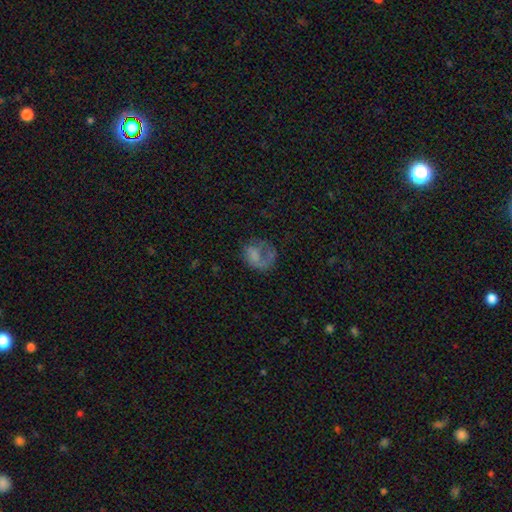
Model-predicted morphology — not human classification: Smooth or featured: smooth — 51% (featured or disk — 37%)
How rounded: round — 50% (in between — 49%)
Merging: major disturbance — 42% (none — 34%)